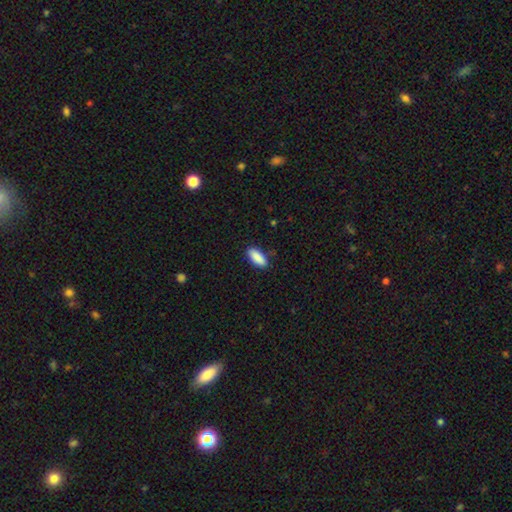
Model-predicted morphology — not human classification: This is clearly a smooth galaxy (90%). How rounded: likely in between (77%). Merging: clearly none (87%).